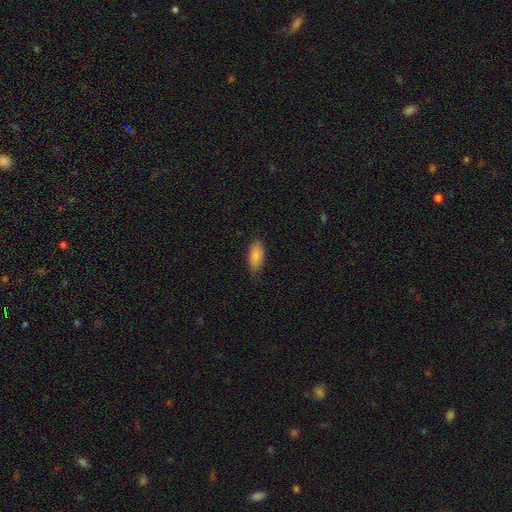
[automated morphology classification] Smooth or featured: smooth — 88% (featured or disk — 6%)
How rounded: in between — 89% (cigar-shaped — 9%)
Merging: none — 75% (minor disturbance — 21%)